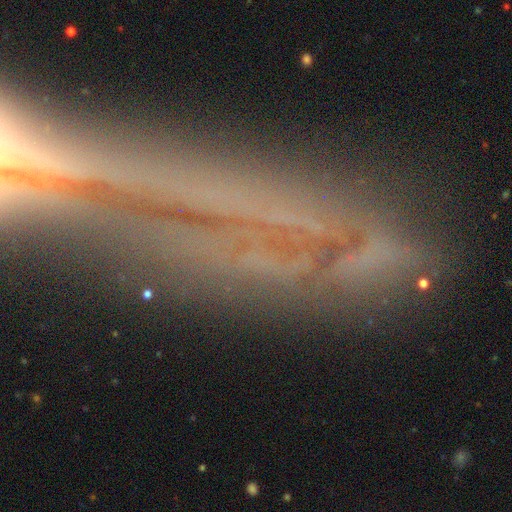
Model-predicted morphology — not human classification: The model was most divided on "edge-on disk": yes: 51%, no: 49%. More confident: merging — none (72%); smooth or featured — featured or disk (54%).